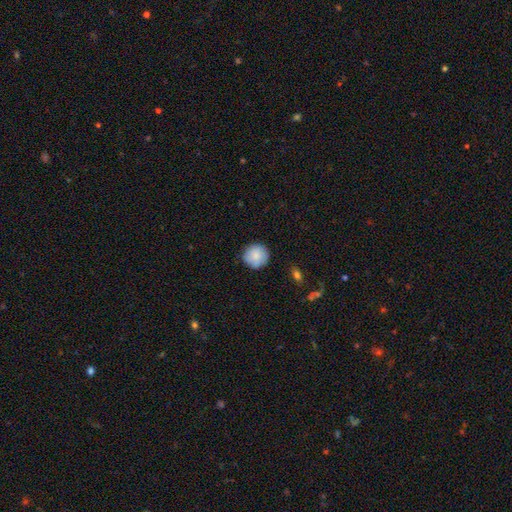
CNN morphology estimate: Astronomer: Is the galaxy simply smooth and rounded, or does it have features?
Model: smooth — 85%.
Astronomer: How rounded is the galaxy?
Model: round — 95%.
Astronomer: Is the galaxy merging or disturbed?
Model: none — 85%.